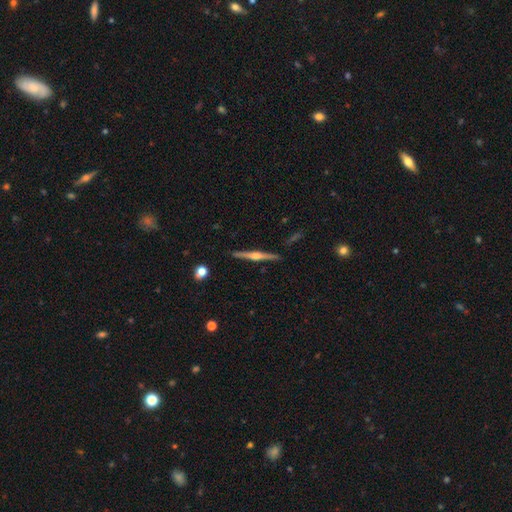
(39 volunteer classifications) smooth-or-featured: featured or disk: 85% | smooth: 10% | star or artifact: 5%
  disk-edge-on: yes: 100% | no: 0%
    edge-on-bulge: rounded: 94% | boxy: 6% | none: 0%
  merging: none: 95% | minor disturbance: 3% | major disturbance: 3% | merger: 0%